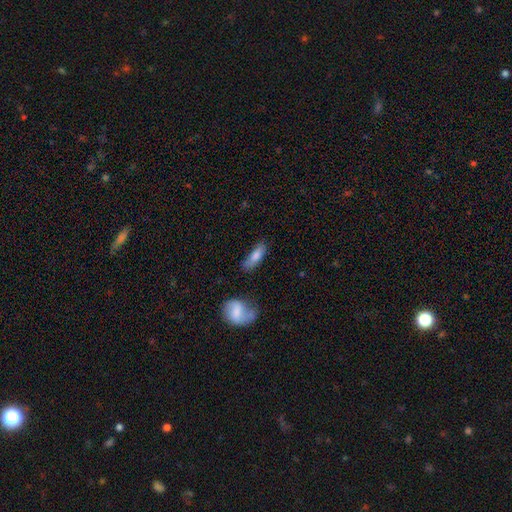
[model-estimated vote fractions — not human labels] smooth_or_featured: smooth (p=0.75) [alt: featured or disk p=0.18]
how_rounded: in between (p=0.60) [alt: cigar-shaped p=0.37]
merging: none (p=0.58) [alt: minor disturbance p=0.26]